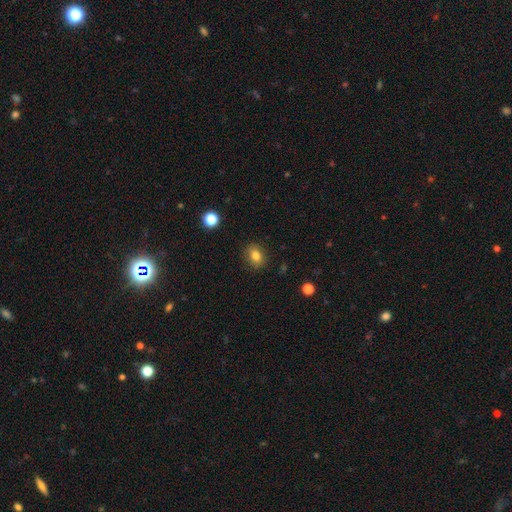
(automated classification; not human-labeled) smooth-or-featured: smooth: 82% | star or artifact: 11% | featured or disk: 7%
  how-rounded: in between: 62% | round: 37% | cigar-shaped: 1%
  merging: none: 86% | minor disturbance: 10% | major disturbance: 3% | merger: 1%